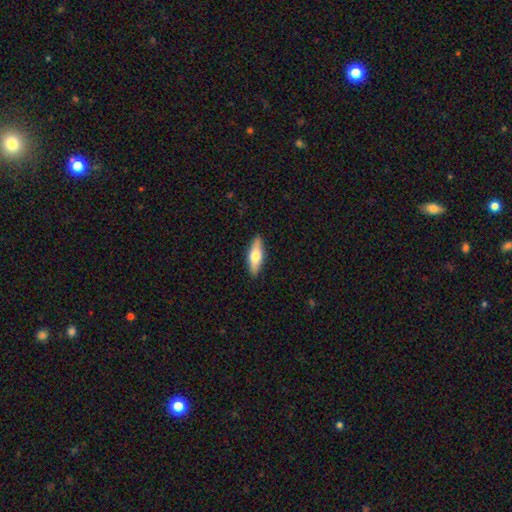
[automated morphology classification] The model was most divided on "how rounded": in between: 55%, cigar-shaped: 43%, round: 3%. More confident: merging — none (89%); smooth or featured — smooth (61%).